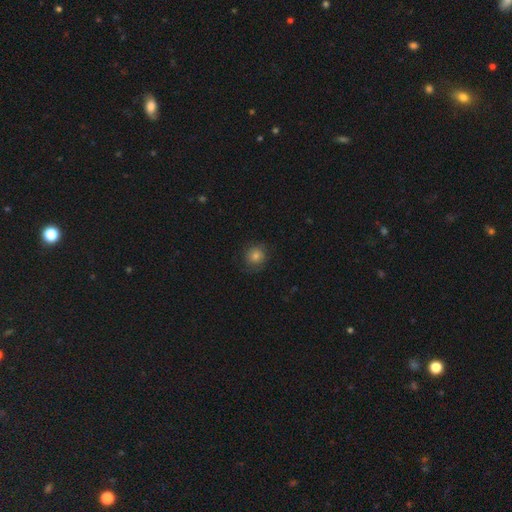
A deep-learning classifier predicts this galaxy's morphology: Q: Smooth or featured?
A: smooth (73%); runner-up: featured or disk (15%)
Q: How rounded?
A: round (88%); runner-up: in between (11%)
Q: Merging?
A: none (79%); runner-up: minor disturbance (15%)